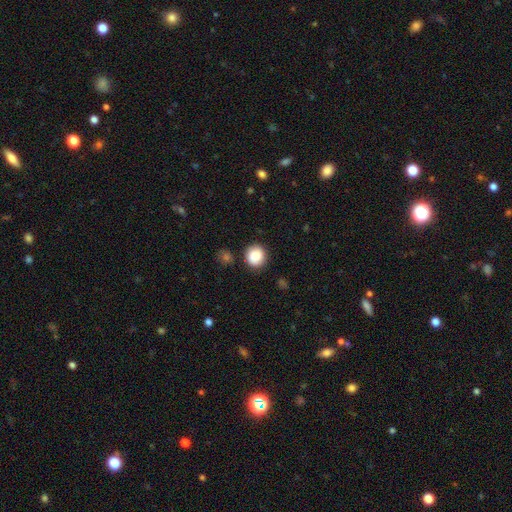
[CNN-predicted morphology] Smooth or featured?
  - smooth: 87% *
  - star or artifact: 8%
  - featured or disk: 5%
How rounded?
  - round: 90% *
  - in between: 9%
  - cigar-shaped: 1%
Merging?
  - none: 86% *
  - minor disturbance: 9%
  - major disturbance: 3%
  - merger: 2%